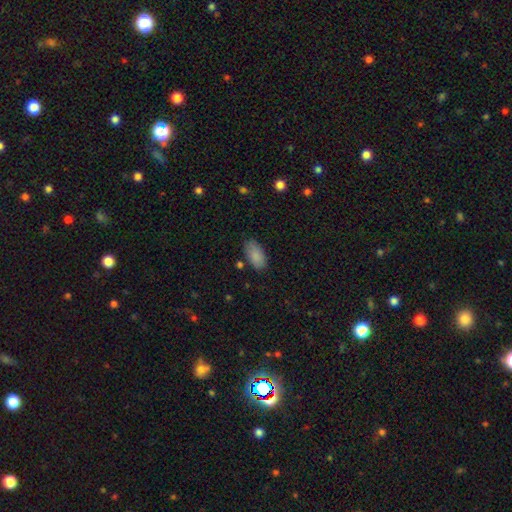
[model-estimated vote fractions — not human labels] A smooth galaxy with no disk features (88%) that is in between round and cigar-shaped (93%). Merging: none (79%).